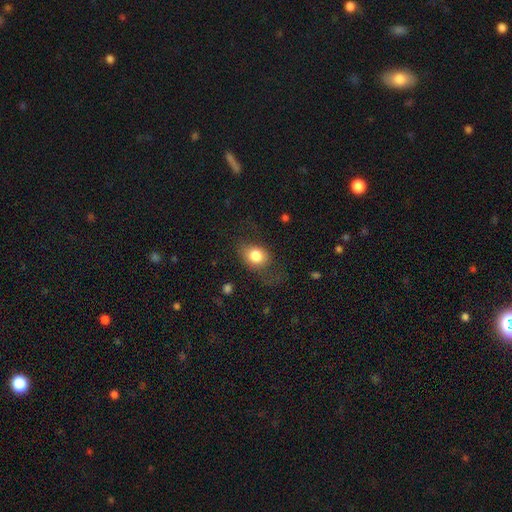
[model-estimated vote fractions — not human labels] smooth_or_featured: smooth (p=0.78) [alt: featured or disk p=0.13]
how_rounded: in between (p=0.56) [alt: round p=0.43]
merging: none (p=0.55) [alt: minor disturbance p=0.23]